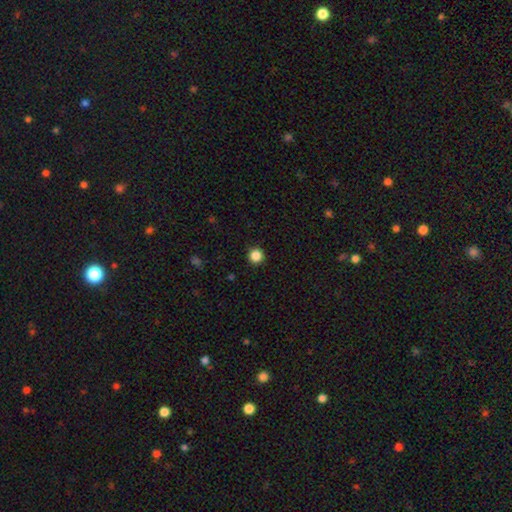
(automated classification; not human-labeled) Morphology: type=smooth (86%); roundness=round (95%); merging=none (93%).